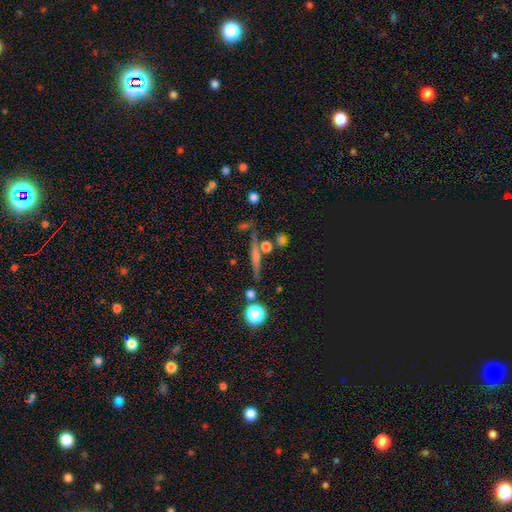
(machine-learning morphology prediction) Smooth or featured?
  - featured or disk: 51% *
  - star or artifact: 27%
  - smooth: 22%
Edge-on disk?
  - yes: 89% *
  - no: 11%
Merging?
  - none: 78% *
  - minor disturbance: 9%
  - merger: 8%
  - major disturbance: 5%